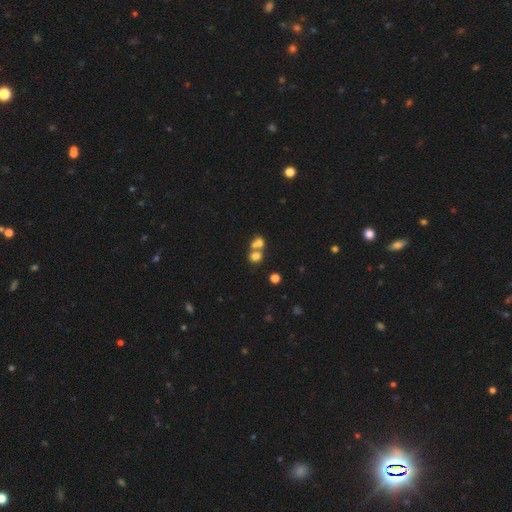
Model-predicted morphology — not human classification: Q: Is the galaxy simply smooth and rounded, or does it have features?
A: smooth — 72%.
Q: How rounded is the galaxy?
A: round — 68%.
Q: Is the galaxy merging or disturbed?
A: merger — 56%.